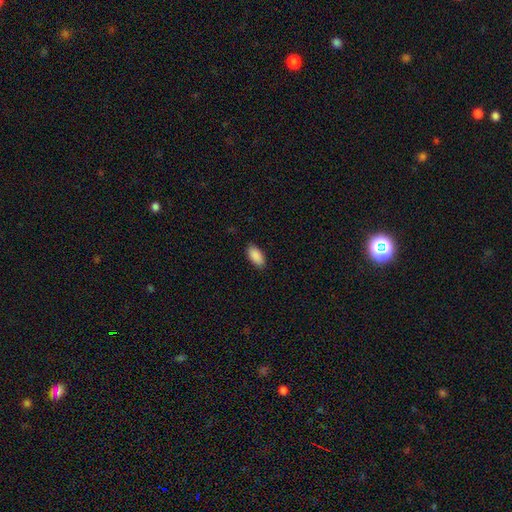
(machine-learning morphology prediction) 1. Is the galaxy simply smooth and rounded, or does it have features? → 91% smooth, 6% star or artifact, 3% featured or disk.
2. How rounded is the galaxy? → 94% in between, 4% cigar-shaped, 2% round.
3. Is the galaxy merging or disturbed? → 87% none, 10% minor disturbance, 2% major disturbance, 1% merger.